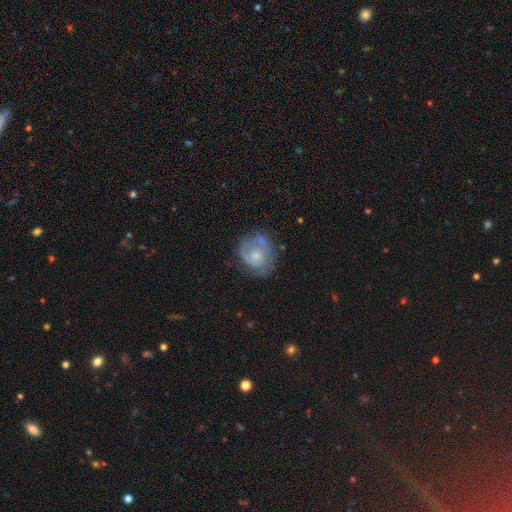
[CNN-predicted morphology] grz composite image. It shows a featured or disk galaxy (63%) with no bar (78%), spiral arms (77%) and a small central bulge (49%). Merging: none (58%).